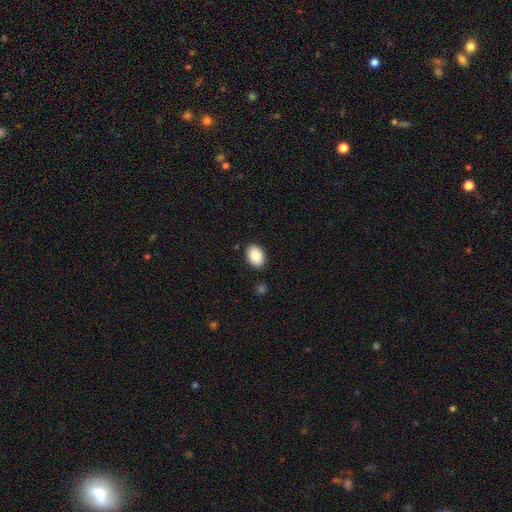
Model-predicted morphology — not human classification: A smooth galaxy with no disk features (89%) that is in between round and cigar-shaped (85%).

Vote fractions:
- Smooth or featured? smooth: 89% / star or artifact: 7% / featured or disk: 5%
- How rounded? in between: 85% / round: 14% / cigar-shaped: 1%
- Merging? none: 87% / minor disturbance: 9% / major disturbance: 2% / merger: 2%